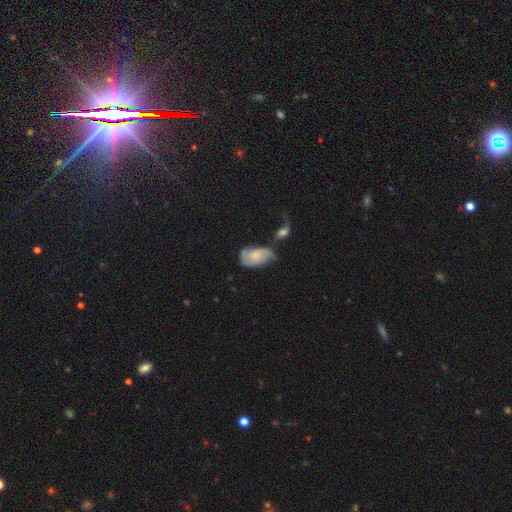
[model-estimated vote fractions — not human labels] Smooth or featured? Predicted: featured or disk (p=0.53). Edge-on disk? Predicted: no (p=0.96). Bar? Predicted: no (p=0.66). Spiral arms? Predicted: yes (p=0.83). Bulge size? Predicted: small (p=0.50). Merging? Predicted: none (p=0.41).